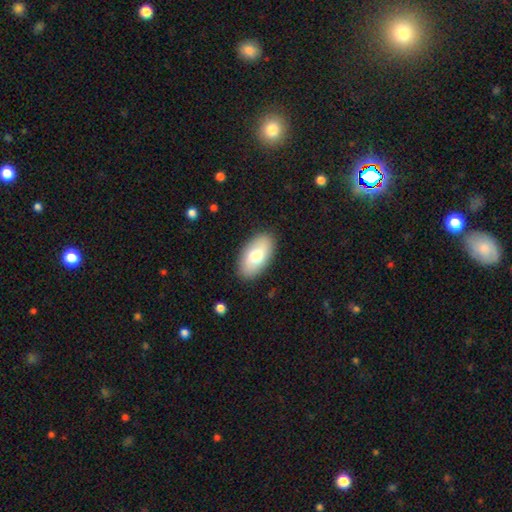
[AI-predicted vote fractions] This appears to be a smooth galaxy with no disk features (69%) that is in between round and cigar-shaped (94%). Merging: none (87%).